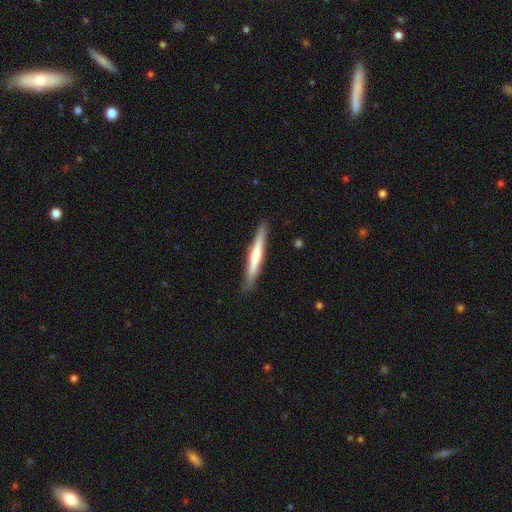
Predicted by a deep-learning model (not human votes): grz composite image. It shows a smooth galaxy with no disk features (55%) that is cigar-shaped (95%). Merging: none (87%).